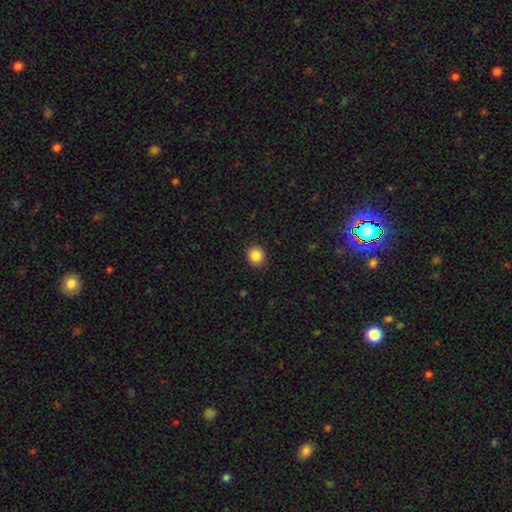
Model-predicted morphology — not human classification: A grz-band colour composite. It shows a smooth galaxy with no disk features (87%) that is round (82%). Merging: none (91%).